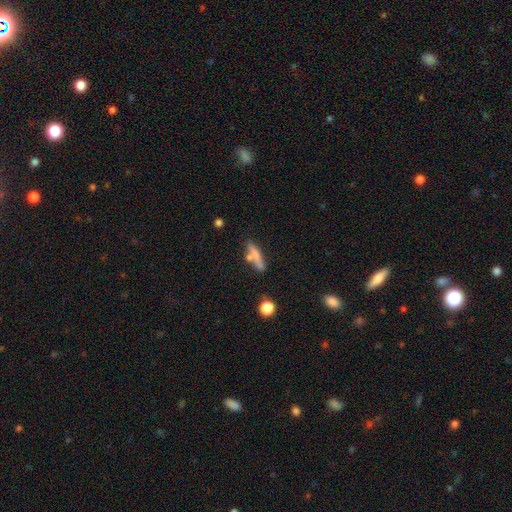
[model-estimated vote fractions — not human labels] This appears to be a smooth galaxy with no disk features (63%) that is cigar-shaped (79%). Merging: none (59%).